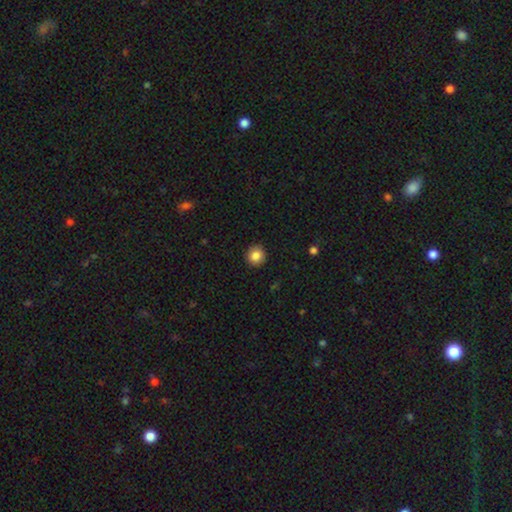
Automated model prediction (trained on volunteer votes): smooth_or_featured: smooth (p=0.86) [alt: star or artifact p=0.09]
how_rounded: round (p=0.93) [alt: in between p=0.06]
merging: none (p=0.92) [alt: minor disturbance p=0.05]